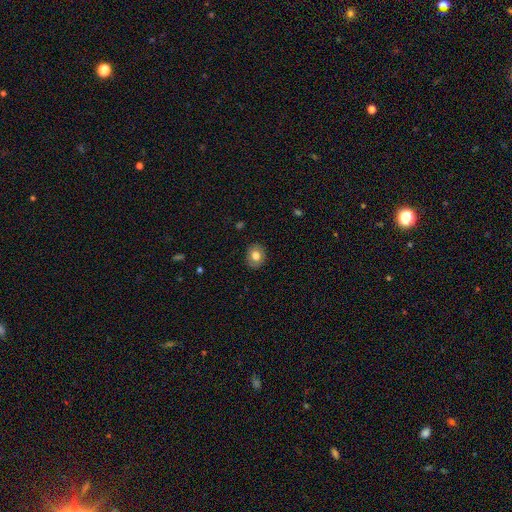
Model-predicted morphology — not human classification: type=smooth (75%); roundness=round (62%); merging=none (86%).